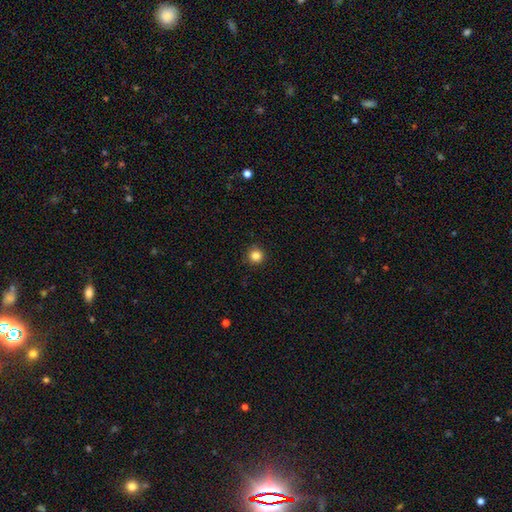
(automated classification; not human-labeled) Morphology: type=smooth (85%); roundness=round (95%); merging=none (91%).